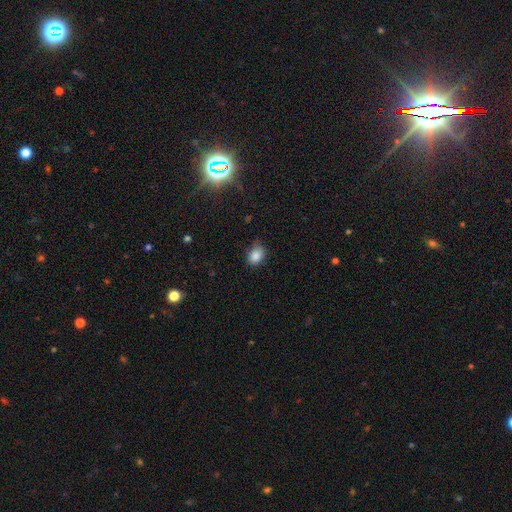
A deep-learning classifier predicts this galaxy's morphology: Smooth or featured: smooth — 86% (star or artifact — 10%)
How rounded: in between — 68% (round — 31%)
Merging: none — 69% (minor disturbance — 25%)